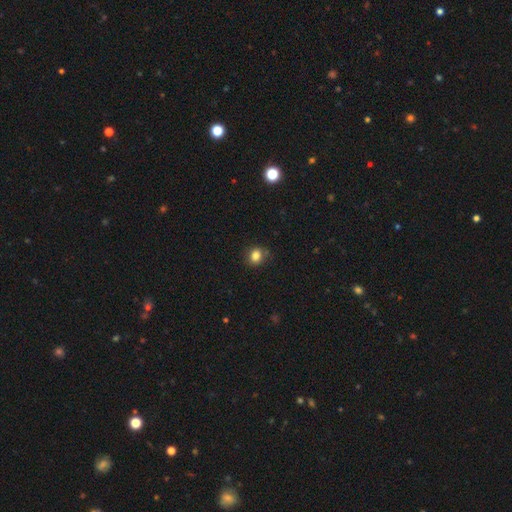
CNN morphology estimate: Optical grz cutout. It shows a smooth galaxy with no disk features (83%) that is round (60%). Merging: none (78%).